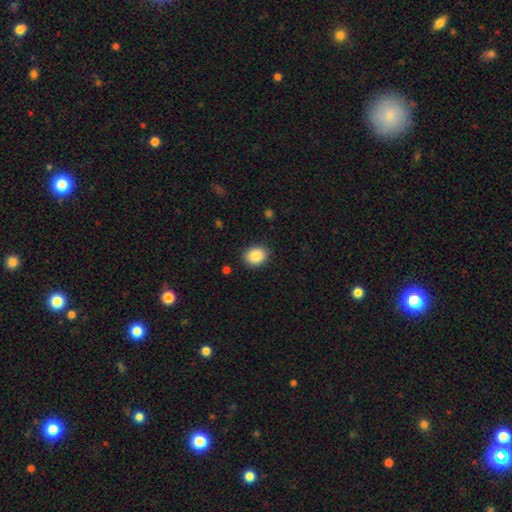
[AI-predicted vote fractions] This is clearly a smooth galaxy (87%). How rounded: possibly round (57%). Merging: clearly none (89%).